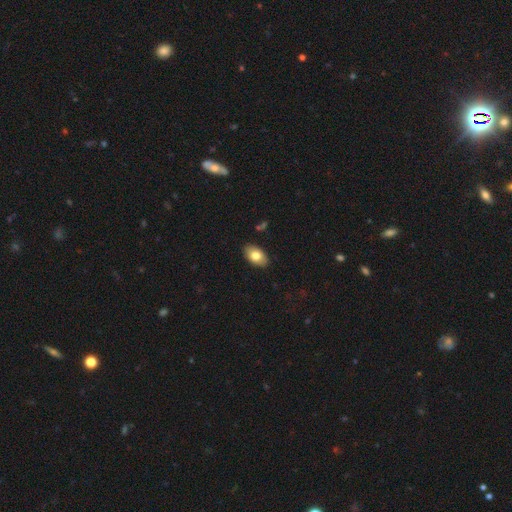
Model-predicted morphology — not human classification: A smooth galaxy with no disk features (79%) that is in between round and cigar-shaped (92%).

Vote fractions:
- Smooth or featured? smooth: 79% / featured or disk: 14% / star or artifact: 7%
- How rounded? in between: 92% / round: 7% / cigar-shaped: 1%
- Merging? none: 88% / minor disturbance: 9% / major disturbance: 2% / merger: 1%